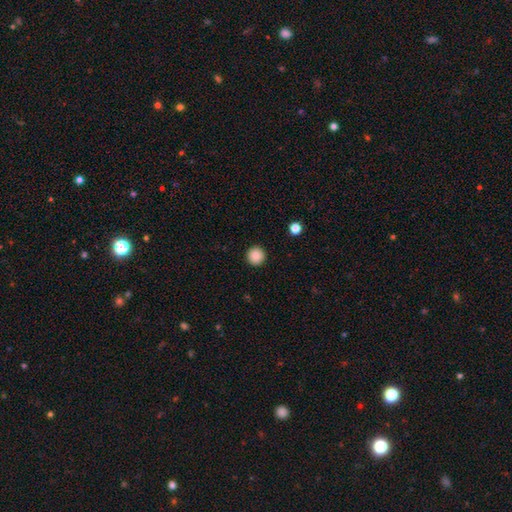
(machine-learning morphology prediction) The model was most divided on "smooth or featured": smooth: 88%, star or artifact: 9%, featured or disk: 3%. More confident: how rounded — round (96%); merging — none (93%).